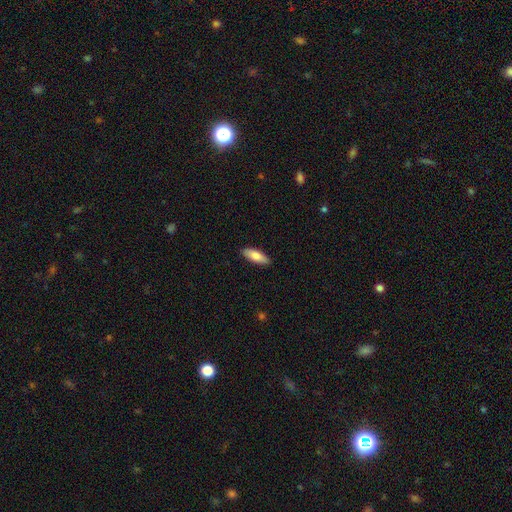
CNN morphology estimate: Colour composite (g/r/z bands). It shows a smooth galaxy with no disk features (80%) that is in between round and cigar-shaped (64%). Merging: none (89%).